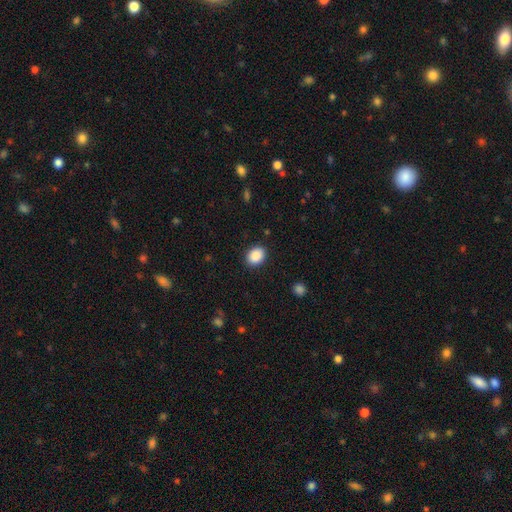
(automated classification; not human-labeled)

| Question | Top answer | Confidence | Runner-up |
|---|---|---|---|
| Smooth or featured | smooth | 88% | star or artifact (8%) |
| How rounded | in between | 60% | round (40%) |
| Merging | none | 89% | minor disturbance (7%) |